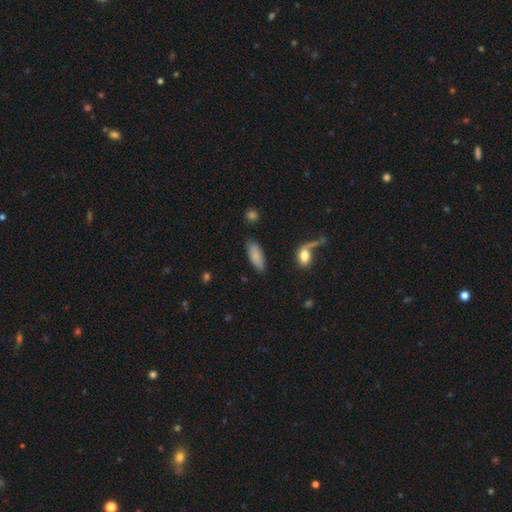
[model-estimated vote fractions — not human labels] smooth 81%, featured or disk 12%, star or artifact 6%. Down the decision tree: how rounded — in between (76%); merging — none (81%).